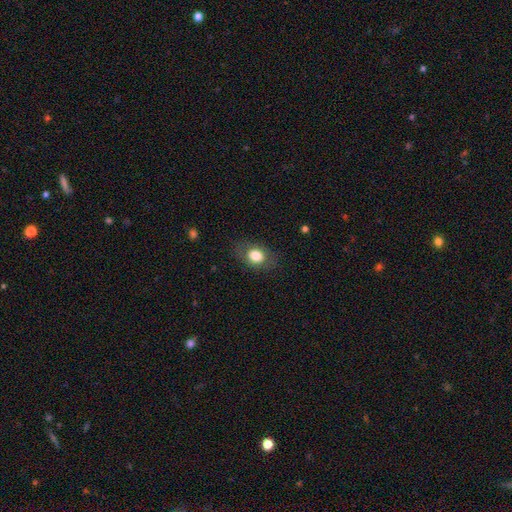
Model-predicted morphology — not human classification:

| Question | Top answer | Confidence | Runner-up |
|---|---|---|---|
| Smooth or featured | smooth | 78% | featured or disk (14%) |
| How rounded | in between | 69% | round (30%) |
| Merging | none | 79% | minor disturbance (14%) |